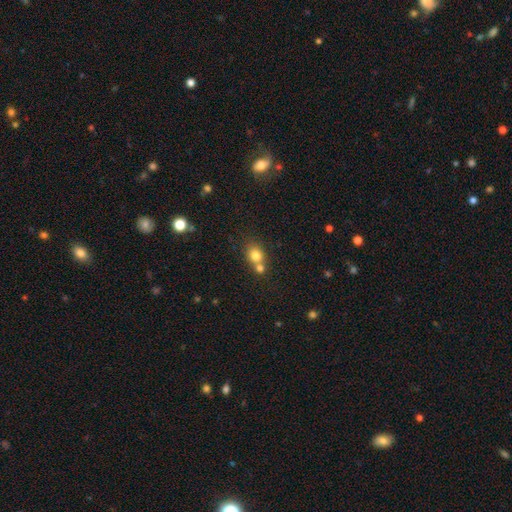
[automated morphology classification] The model was most divided on "merging": merger: 46%, none: 42%, minor disturbance: 8%, major disturbance: 3%. More confident: smooth or featured — smooth (77%); how rounded — round (67%).